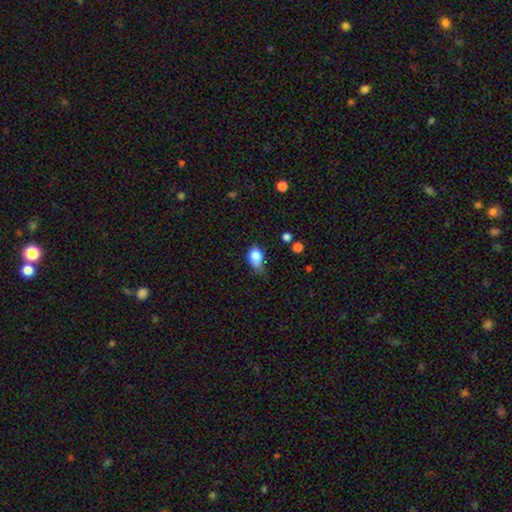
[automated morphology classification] smooth 83%, star or artifact 9%, featured or disk 8%. Down the decision tree: how rounded — in between (75%); merging — minor disturbance (47%).